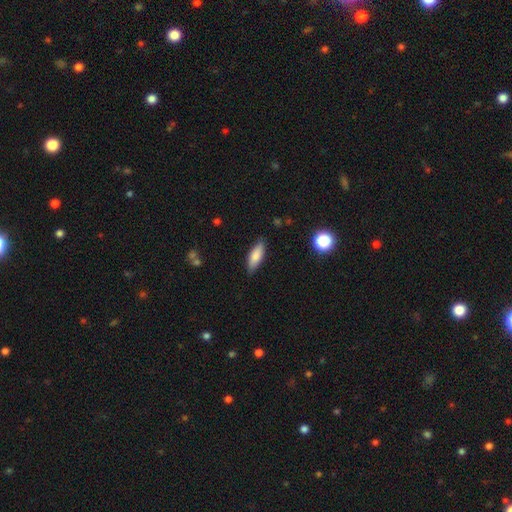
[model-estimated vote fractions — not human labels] Smooth or featured: smooth — 80% (featured or disk — 14%)
How rounded: in between — 62% (cigar-shaped — 36%)
Merging: none — 84% (minor disturbance — 12%)